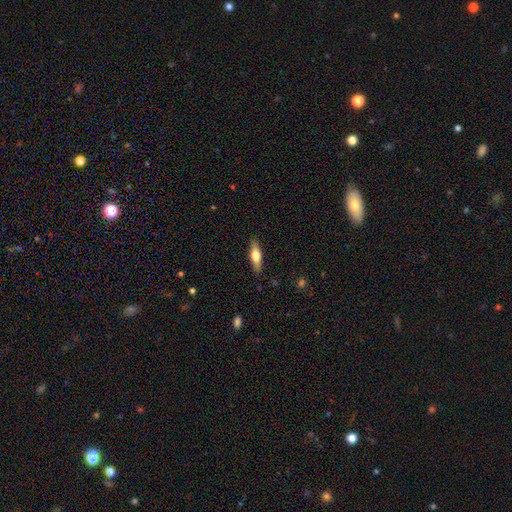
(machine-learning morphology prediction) smooth 50%, featured or disk 44%, star or artifact 6%. Down the decision tree: merging — none (87%).